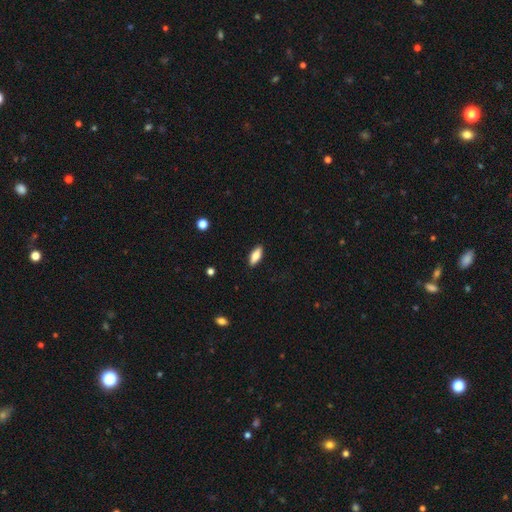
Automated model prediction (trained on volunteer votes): Smooth or featured?
  - smooth: 78% *
  - featured or disk: 15%
  - star or artifact: 7%
How rounded?
  - in between: 73% *
  - cigar-shaped: 24%
  - round: 2%
Merging?
  - none: 89% *
  - minor disturbance: 8%
  - major disturbance: 2%
  - merger: 1%